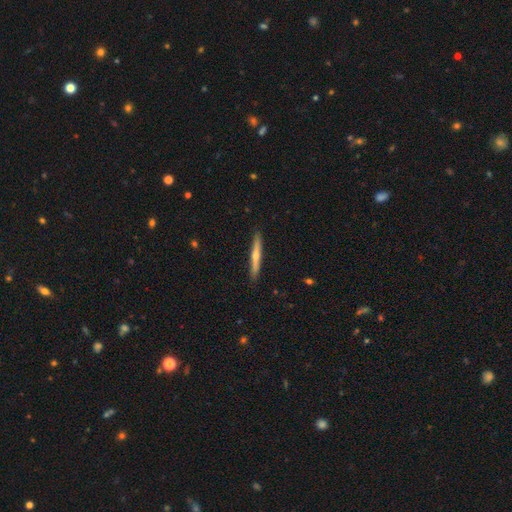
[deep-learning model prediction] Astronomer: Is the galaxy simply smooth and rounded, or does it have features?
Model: featured or disk — 55% (runner-up: smooth, 39%).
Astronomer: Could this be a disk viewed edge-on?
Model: yes — 96%.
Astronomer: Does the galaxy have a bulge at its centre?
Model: rounded — 79%.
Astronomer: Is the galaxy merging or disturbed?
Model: none — 91%.